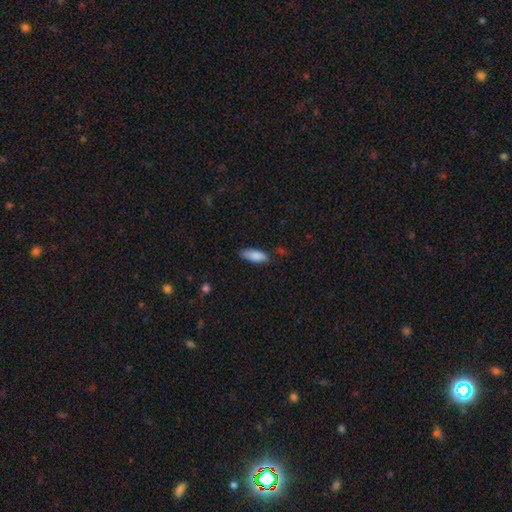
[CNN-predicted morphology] This appears to be a smooth galaxy with no disk features (87%) that is in between round and cigar-shaped (72%). Merging: none (75%).